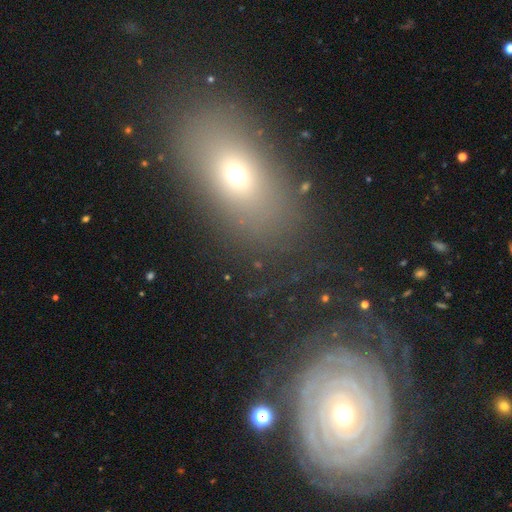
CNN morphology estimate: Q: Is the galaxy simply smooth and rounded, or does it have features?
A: featured or disk — 48%.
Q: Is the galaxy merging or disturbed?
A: none — 79%.